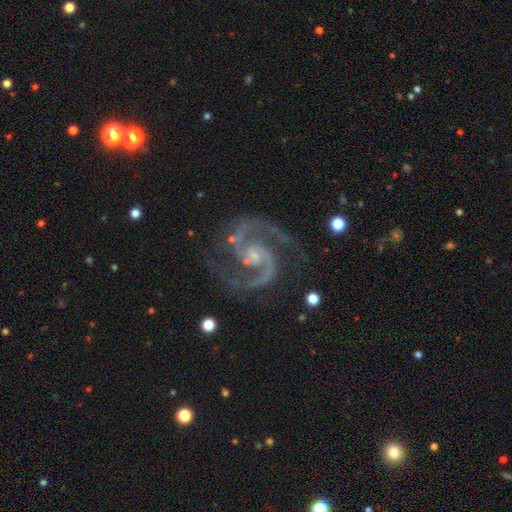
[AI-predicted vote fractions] featured or disk 94%, star or artifact 4%, smooth 2%. Down the decision tree: edge-on disk — no (99%); bar — no (52%); spiral arms — yes (99%); spiral arm count — 2 (93%); spiral winding — medium (67%); bulge size — small (64%); merging — none (76%).